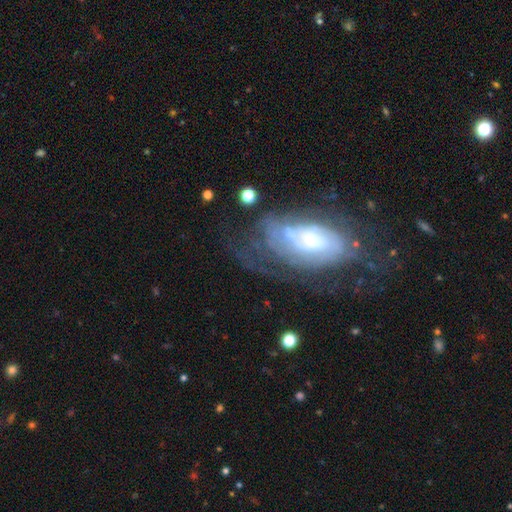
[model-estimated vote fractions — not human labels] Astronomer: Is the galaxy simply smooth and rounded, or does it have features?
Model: featured or disk — 73%.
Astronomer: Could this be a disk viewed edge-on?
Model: no — 91%.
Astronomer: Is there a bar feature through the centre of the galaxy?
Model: no — 61%.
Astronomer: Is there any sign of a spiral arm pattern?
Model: yes — 81%.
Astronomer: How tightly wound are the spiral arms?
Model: tight — 63%.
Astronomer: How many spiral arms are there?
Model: can't tell — 59%.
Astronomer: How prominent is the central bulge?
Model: moderate — 39% (runner-up: small, 35%).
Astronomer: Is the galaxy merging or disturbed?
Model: none — 59%.